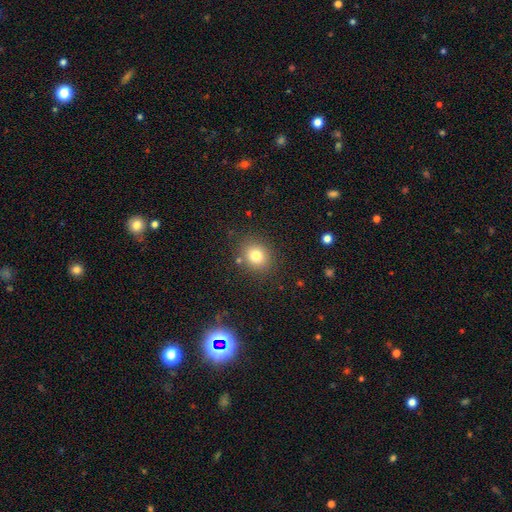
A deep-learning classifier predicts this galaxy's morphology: Q: Smooth or featured?
A: smooth (78%); runner-up: star or artifact (13%)
Q: How rounded?
A: round (69%); runner-up: in between (30%)
Q: Merging?
A: none (83%); runner-up: minor disturbance (10%)